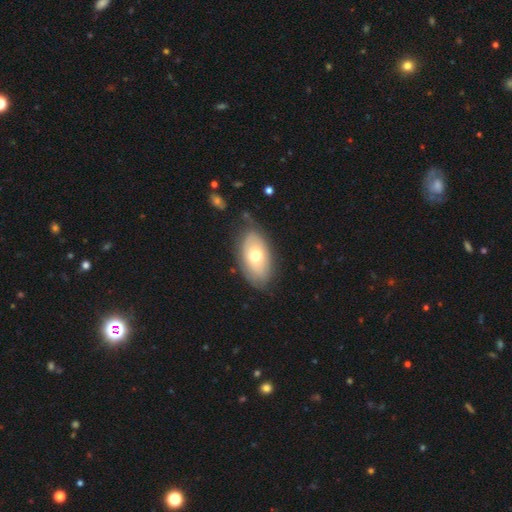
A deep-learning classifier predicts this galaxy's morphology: smooth_or_featured: smooth (p=0.60) [alt: featured or disk p=0.33]
how_rounded: in between (p=0.92) [alt: round p=0.05]
merging: none (p=0.73) [alt: minor disturbance p=0.20]